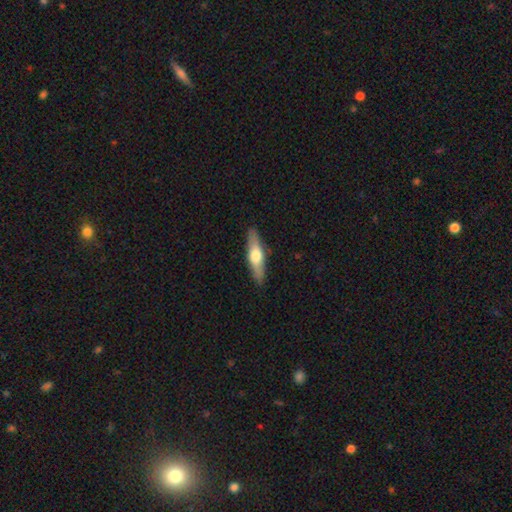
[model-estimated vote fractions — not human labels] This is possibly a featured or disk galaxy (49%). Merging: clearly none (88%).